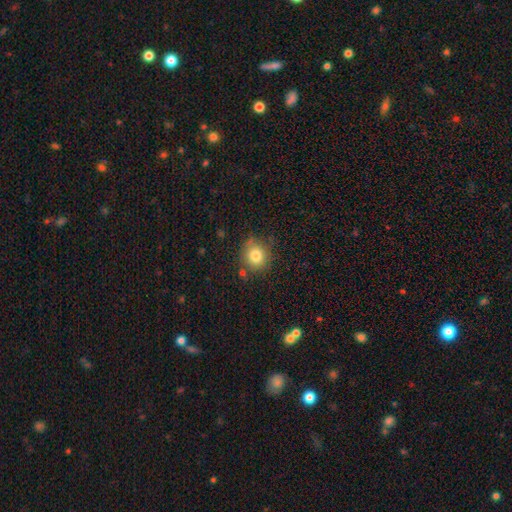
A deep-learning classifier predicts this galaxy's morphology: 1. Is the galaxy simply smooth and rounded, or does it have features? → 80% smooth, 11% star or artifact, 8% featured or disk.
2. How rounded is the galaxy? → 85% round, 14% in between, 1% cigar-shaped.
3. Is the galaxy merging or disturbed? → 79% none, 14% minor disturbance, 4% merger, 4% major disturbance.